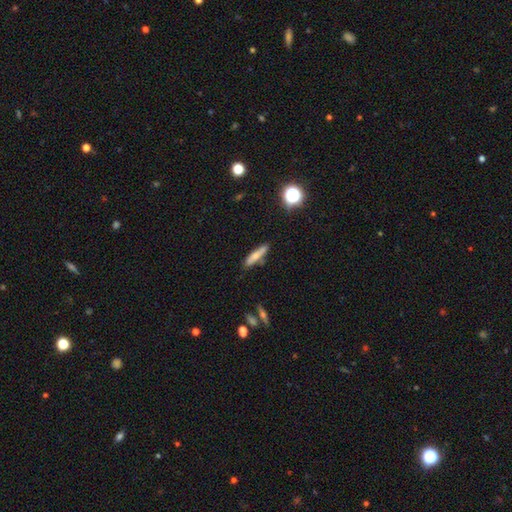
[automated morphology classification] Smooth or featured: smooth — 61% (featured or disk — 30%)
How rounded: cigar-shaped — 79% (in between — 19%)
Merging: none — 79% (minor disturbance — 15%)